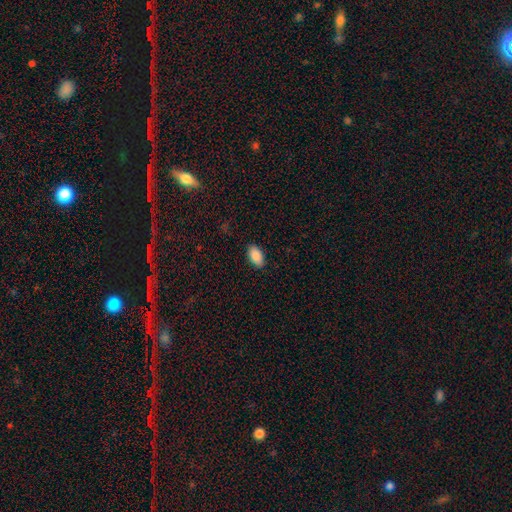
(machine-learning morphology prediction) This appears to be a smooth galaxy with no disk features (88%) that is in between round and cigar-shaped (94%). Merging: none (88%).